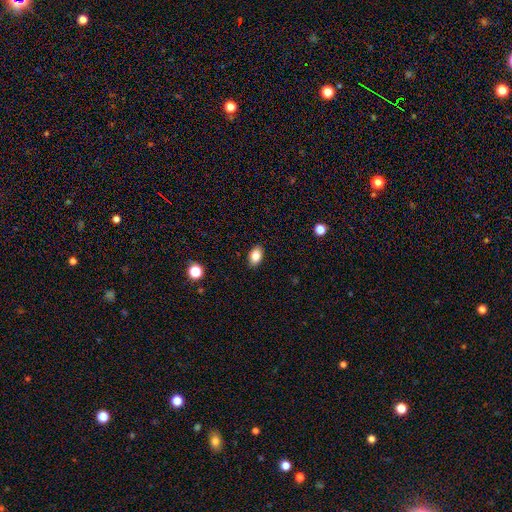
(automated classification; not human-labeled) The model was most divided on "how rounded": in between: 87%, round: 12%, cigar-shaped: 2%. More confident: merging — none (89%); smooth or featured — smooth (84%).